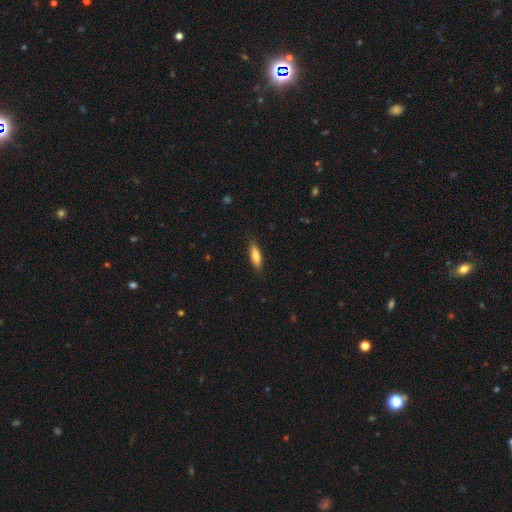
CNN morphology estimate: This appears to be a smooth galaxy with no disk features (80%) that is in between round and cigar-shaped (52%). Merging: none (85%).